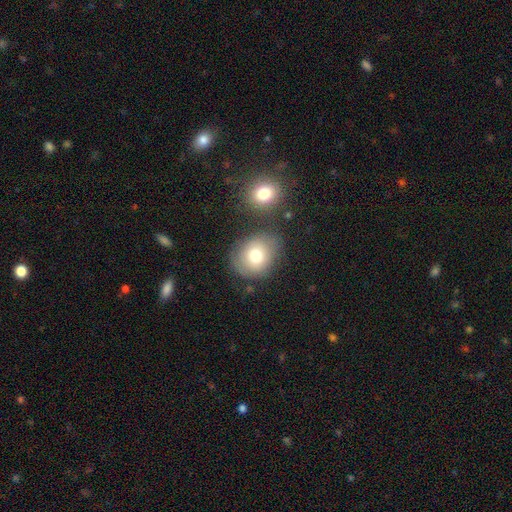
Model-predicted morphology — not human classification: smooth 75%, featured or disk 14%, star or artifact 10%. Down the decision tree: how rounded — round (62%); merging — none (67%).